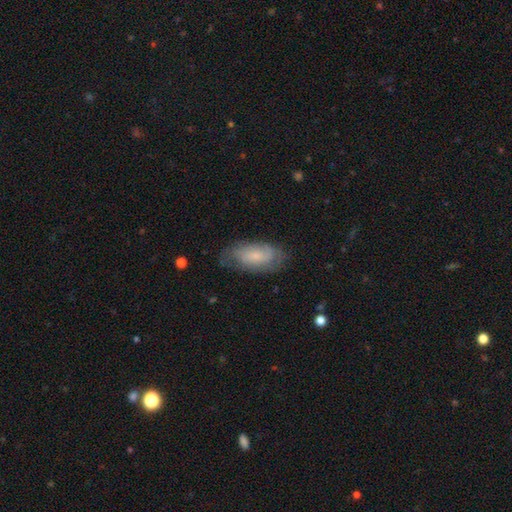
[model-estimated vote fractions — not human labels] Q: Smooth or featured?
A: featured or disk (46%); tied with: smooth (46%)
Q: Merging?
A: none (69%); runner-up: minor disturbance (22%)